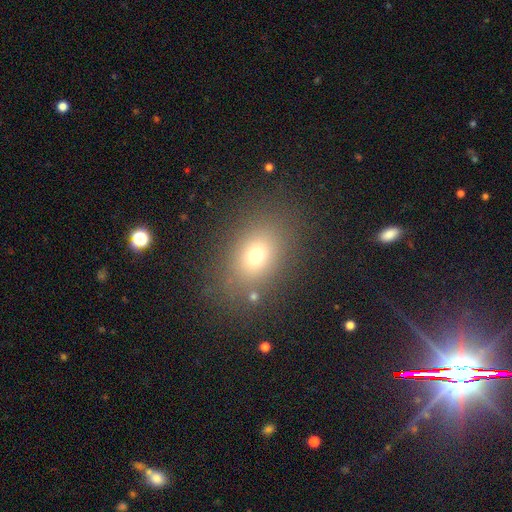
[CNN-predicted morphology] A smooth galaxy with no disk features (69%) that is in between round and cigar-shaped (65%).

Vote fractions:
- Smooth or featured? smooth: 69% / star or artifact: 18% / featured or disk: 13%
- How rounded? in between: 65% / round: 34% / cigar-shaped: 2%
- Merging? none: 81% / minor disturbance: 10% / major disturbance: 6% / merger: 3%